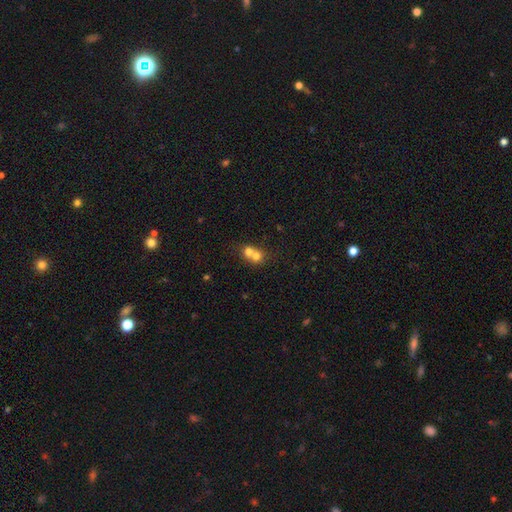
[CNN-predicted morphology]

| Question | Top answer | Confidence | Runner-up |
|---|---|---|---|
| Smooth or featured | smooth | 70% | featured or disk (18%) |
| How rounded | round | 77% | in between (22%) |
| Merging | merger | 68% | none (25%) |